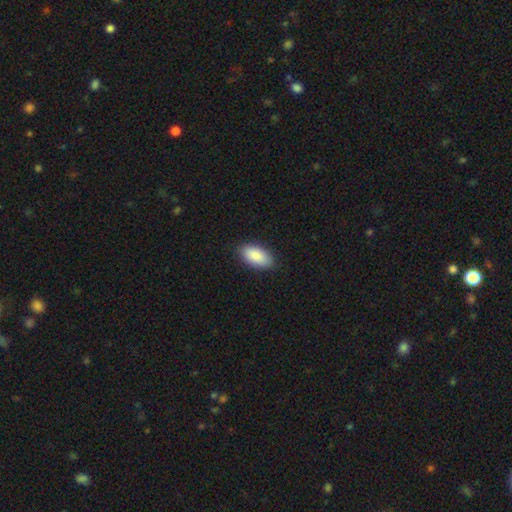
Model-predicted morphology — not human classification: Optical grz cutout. It shows a smooth galaxy with no disk features (88%) that is in between round and cigar-shaped (93%). Merging: none (86%).